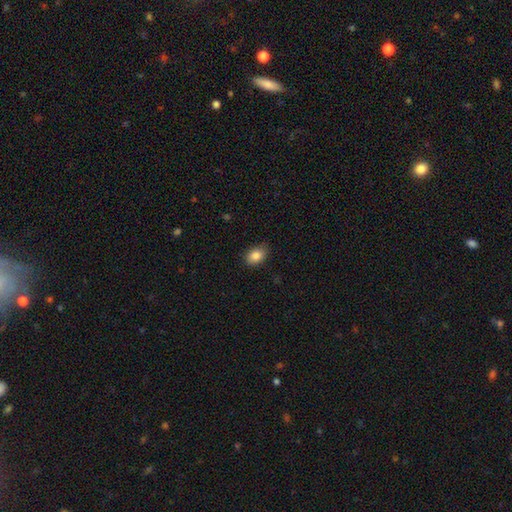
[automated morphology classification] This is clearly a smooth galaxy (86%). How rounded: likely in between (78%). Merging: clearly none (83%).